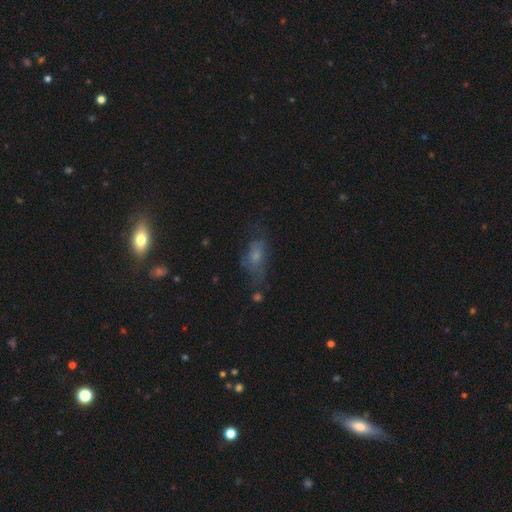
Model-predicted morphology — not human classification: A smooth galaxy with no disk features (44%).

Vote fractions:
- Smooth or featured? smooth: 44% / featured or disk: 34% / star or artifact: 23%
- Merging? none: 55% / minor disturbance: 23% / major disturbance: 17% / merger: 4%